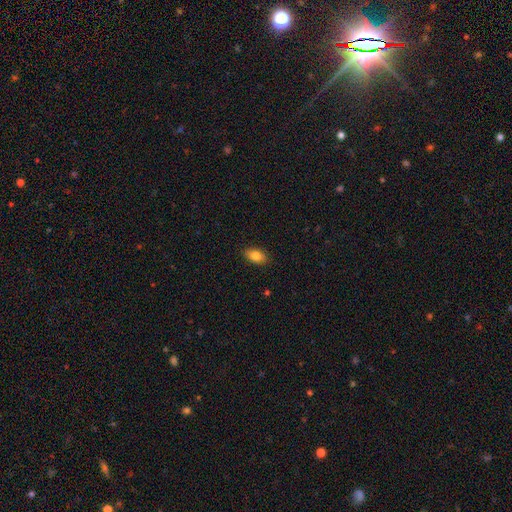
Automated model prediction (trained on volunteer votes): This appears to be a smooth galaxy with no disk features (84%) that is in between round and cigar-shaped (89%). Merging: none (88%).